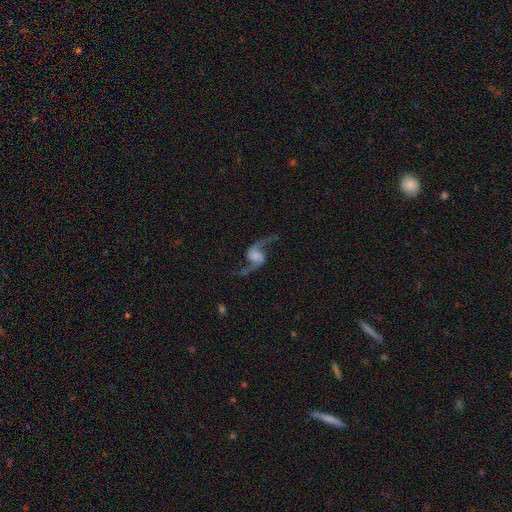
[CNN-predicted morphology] Smooth or featured: featured or disk — 89% (star or artifact — 6%)
Edge-on disk: no — 97% (yes — 3%)
Bar: no — 53% (weak — 33%)
Spiral arms: yes — 97% (no — 3%)
Spiral winding: loose — 89% (medium — 9%)
Spiral arm count: 2 — 95% (1 — 1%)
Bulge size: none — 50% (large — 18%)
Merging: none — 78% (minor disturbance — 12%)